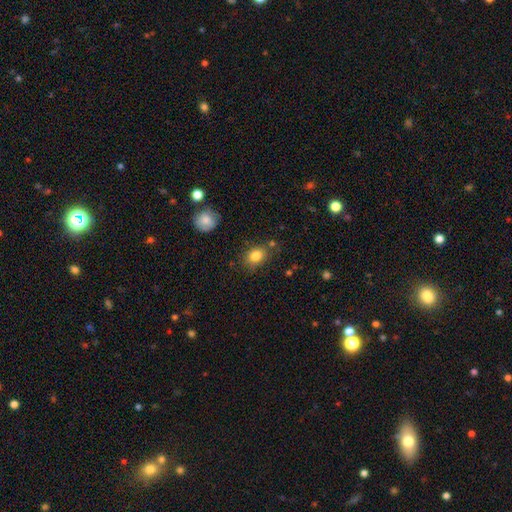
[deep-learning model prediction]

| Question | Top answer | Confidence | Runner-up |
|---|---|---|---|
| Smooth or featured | smooth | 83% | star or artifact (10%) |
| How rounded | in between | 66% | round (33%) |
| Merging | none | 75% | minor disturbance (16%) |